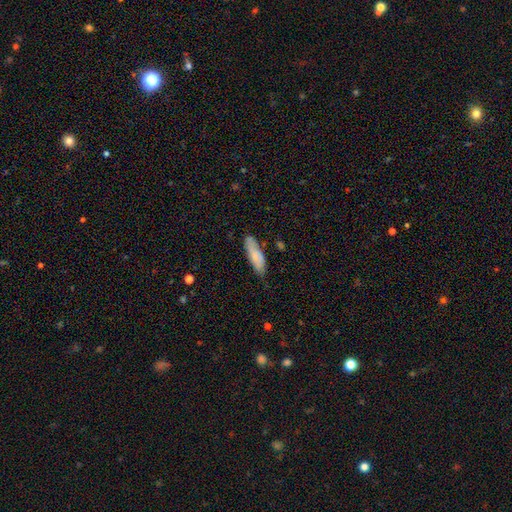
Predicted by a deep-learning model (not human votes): Smooth or featured?
  - smooth: 75% *
  - featured or disk: 19%
  - star or artifact: 6%
How rounded?
  - in between: 50% *
  - cigar-shaped: 48%
  - round: 2%
Merging?
  - none: 76% *
  - minor disturbance: 19%
  - major disturbance: 3%
  - merger: 2%